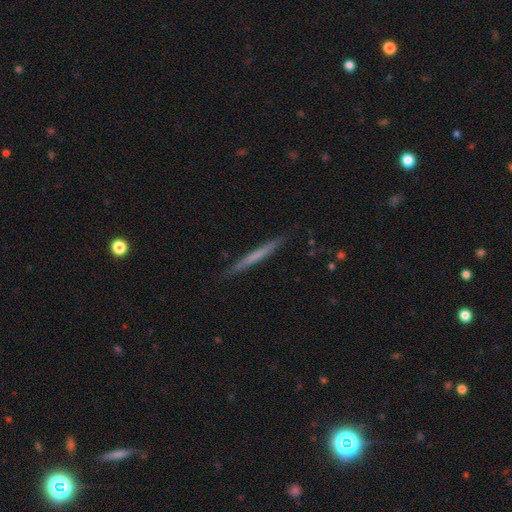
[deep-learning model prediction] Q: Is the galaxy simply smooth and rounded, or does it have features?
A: smooth — 51%.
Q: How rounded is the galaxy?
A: cigar-shaped — 97%.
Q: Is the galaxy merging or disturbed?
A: none — 88%.